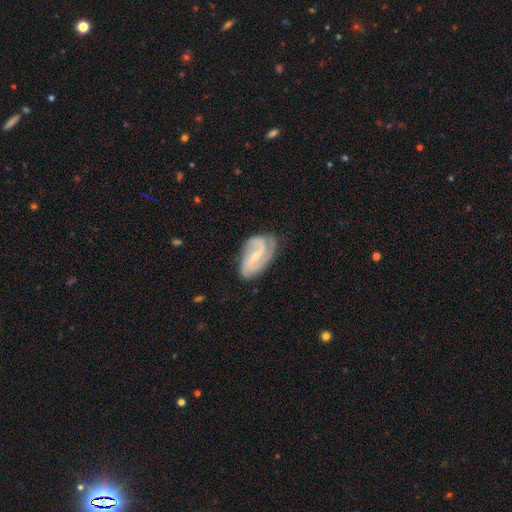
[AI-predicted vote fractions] Smooth or featured: featured or disk — 84% (smooth — 11%)
Edge-on disk: no — 97% (yes — 3%)
Bar: weak — 45% (strong — 28%)
Spiral arms: yes — 96% (no — 4%)
Spiral winding: medium — 46% (tight — 28%)
Spiral arm count: 2 — 69% (3 — 14%)
Bulge size: small — 64% (moderate — 31%)
Merging: none — 69% (minor disturbance — 22%)